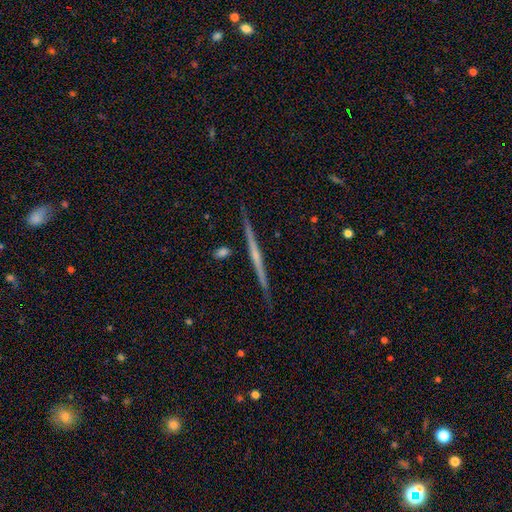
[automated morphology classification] A featured or disk galaxy (75%) viewed edge-on (98%) with no central bulge (59%).

Vote fractions:
- Smooth or featured? featured or disk: 75% / smooth: 19% / star or artifact: 6%
- Edge-on disk? yes: 98% / no: 2%
- Edge-on bulge? none: 59% / rounded: 34% / boxy: 7%
- Merging? none: 90% / minor disturbance: 7% / merger: 2% / major disturbance: 1%